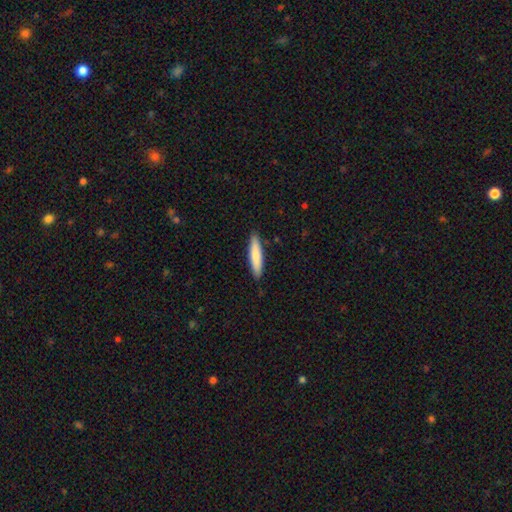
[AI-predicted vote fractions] Smooth or featured? smooth (80%)
How rounded? cigar-shaped (84%)
Merging? none (89%)